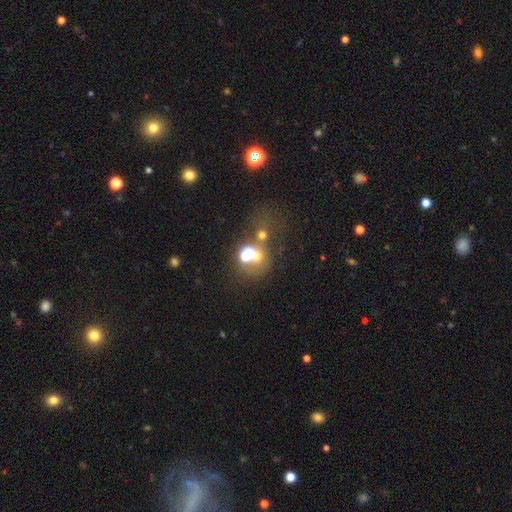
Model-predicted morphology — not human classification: smooth_or_featured: smooth (p=0.46) [alt: star or artifact p=0.37]
merging: none (p=0.45) [alt: merger p=0.32]